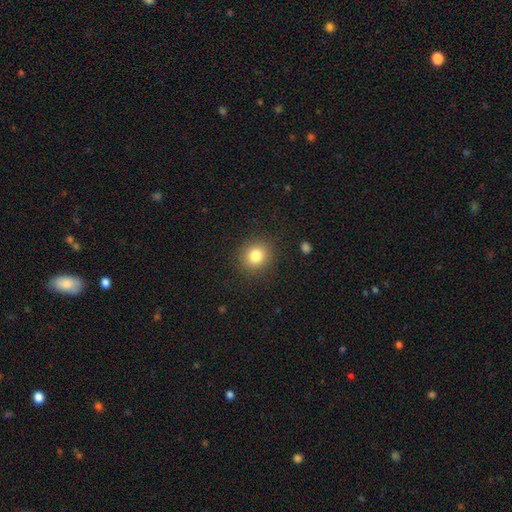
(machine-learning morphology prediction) smooth_or_featured: smooth (p=0.82) [alt: star or artifact p=0.11]
how_rounded: round (p=0.84) [alt: in between p=0.15]
merging: none (p=0.89) [alt: minor disturbance p=0.07]